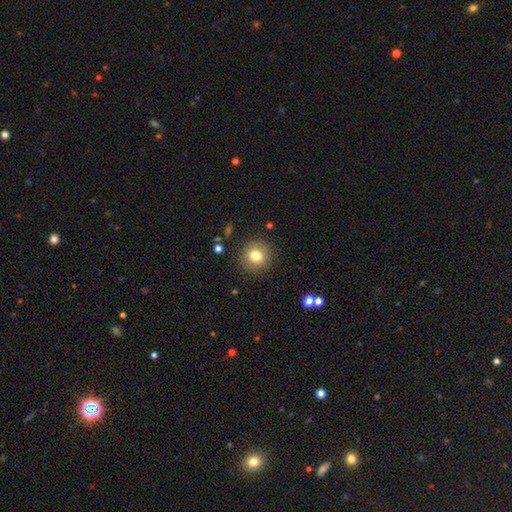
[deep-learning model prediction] This is likely a smooth galaxy (78%). How rounded: clearly round (92%). Merging: clearly none (90%).